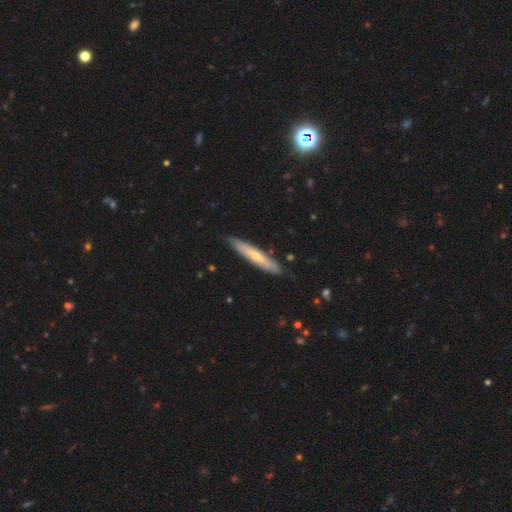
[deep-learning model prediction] Overall: smooth (50%; featured or disk 45%). How rounded: cigar-shaped (90%). Merging: none (83%).